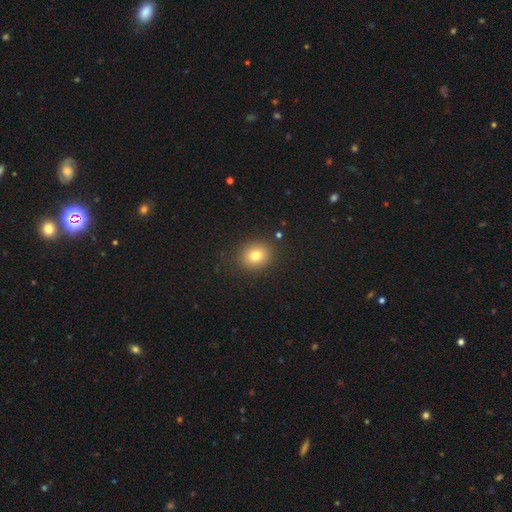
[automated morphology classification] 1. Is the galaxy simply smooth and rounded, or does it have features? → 79% smooth, 12% star or artifact, 9% featured or disk.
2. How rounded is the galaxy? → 72% round, 27% in between, 1% cigar-shaped.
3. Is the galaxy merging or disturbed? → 87% none, 8% minor disturbance, 3% major disturbance, 2% merger.